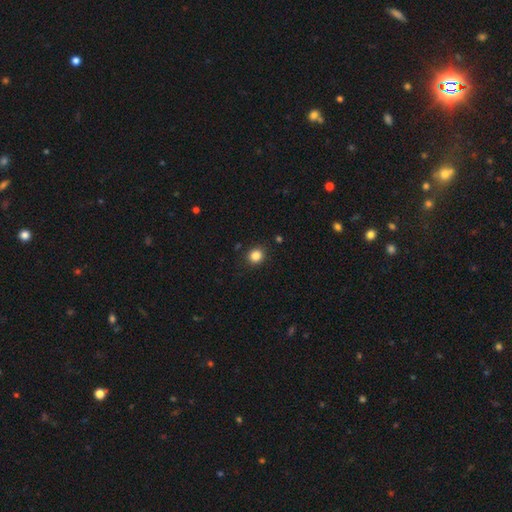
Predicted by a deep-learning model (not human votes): Smooth or featured? Predicted: smooth (p=0.84). How rounded? Predicted: round (p=0.82). Merging? Predicted: none (p=0.89).